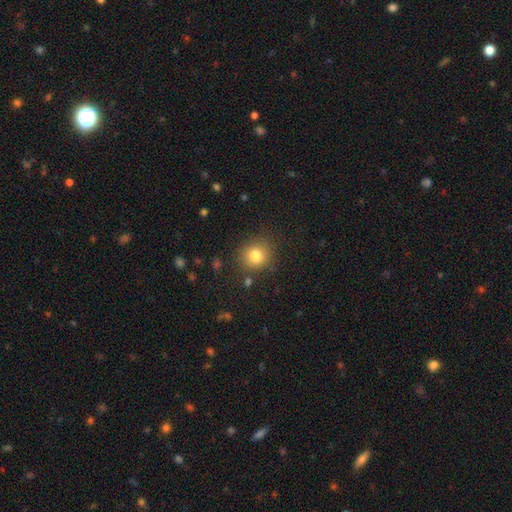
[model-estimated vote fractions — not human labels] This appears to be a smooth galaxy with no disk features (80%) that is round (86%). Merging: none (83%).